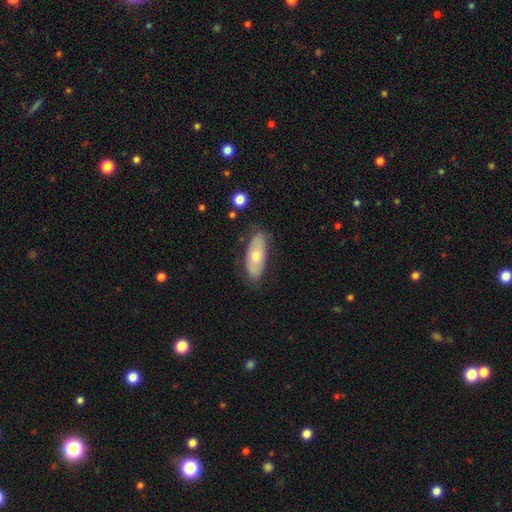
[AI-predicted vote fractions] Smooth or featured? smooth (56%)
How rounded? in between (77%)
Merging? none (80%)